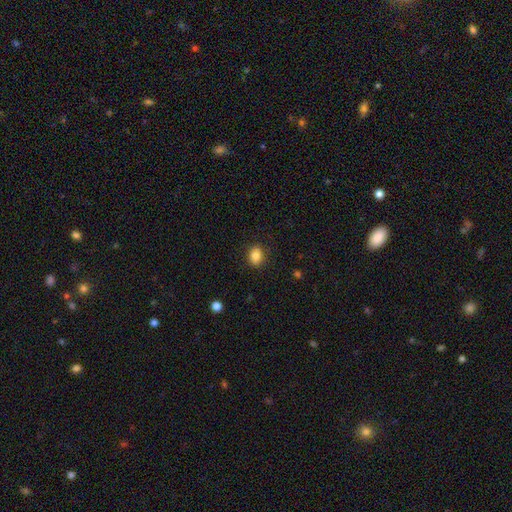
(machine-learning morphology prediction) smooth-or-featured: smooth: 85% | star or artifact: 9% | featured or disk: 6%
  how-rounded: in between: 61% | round: 38% | cigar-shaped: 1%
  merging: none: 86% | minor disturbance: 10% | major disturbance: 3% | merger: 1%